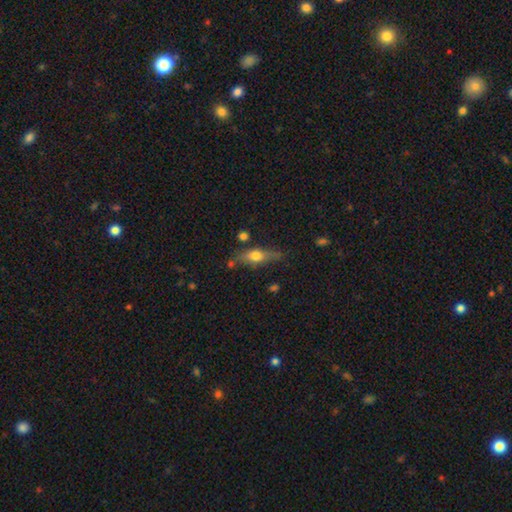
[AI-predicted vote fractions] A smooth galaxy with no disk features (47%). Merging: none (70%).